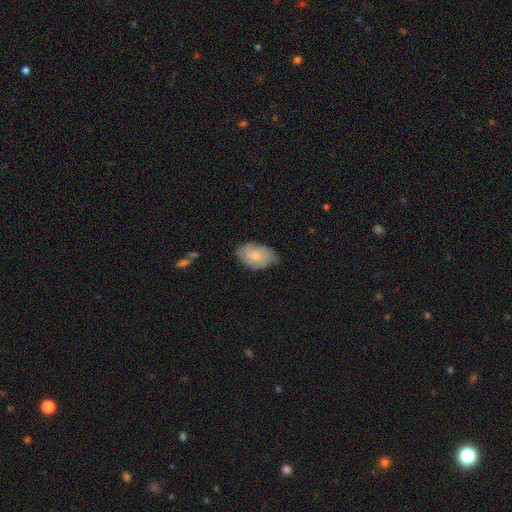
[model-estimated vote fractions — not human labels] The model was most divided on "merging": none: 65%, minor disturbance: 29%, major disturbance: 5%, merger: 1%. More confident: how rounded — in between (90%); smooth or featured — smooth (67%).